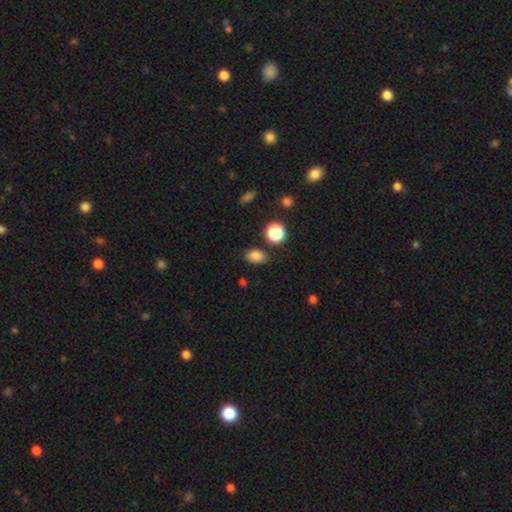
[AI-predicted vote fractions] This is clearly a smooth galaxy (82%). How rounded: likely in between (79%). Merging: likely none (79%).